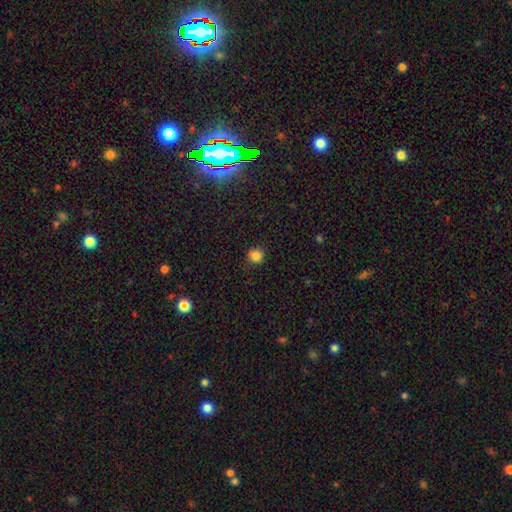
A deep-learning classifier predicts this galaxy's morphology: A smooth galaxy with no disk features (83%) that is round (89%). Merging: none (86%).